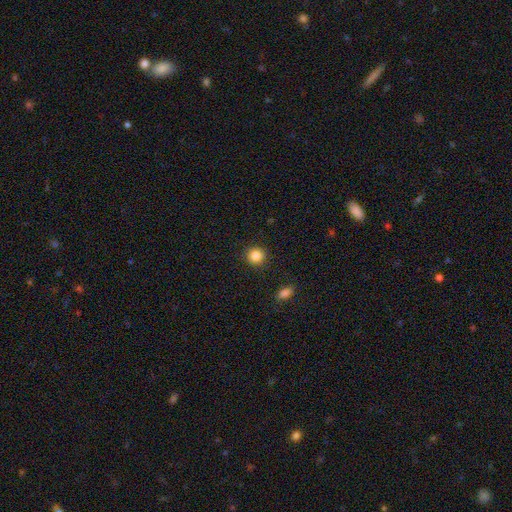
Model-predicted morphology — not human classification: Smooth or featured? Predicted: smooth (p=0.85). How rounded? Predicted: round (p=0.92). Merging? Predicted: none (p=0.91).